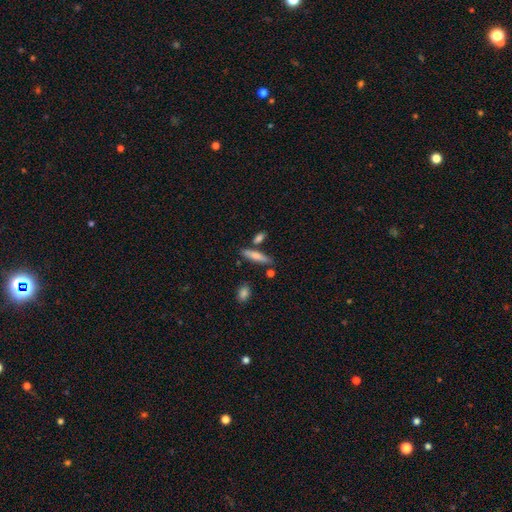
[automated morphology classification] smooth-or-featured: smooth: 72% | featured or disk: 21% | star or artifact: 7%
  how-rounded: cigar-shaped: 74% | in between: 24% | round: 2%
  merging: none: 74% | minor disturbance: 13% | merger: 10% | major disturbance: 3%